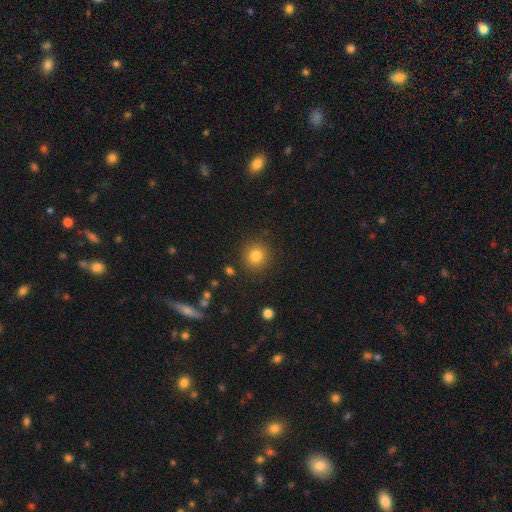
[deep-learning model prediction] Q: Smooth or featured?
A: smooth (82%); runner-up: star or artifact (12%)
Q: How rounded?
A: round (92%); runner-up: in between (7%)
Q: Merging?
A: none (89%); runner-up: minor disturbance (7%)